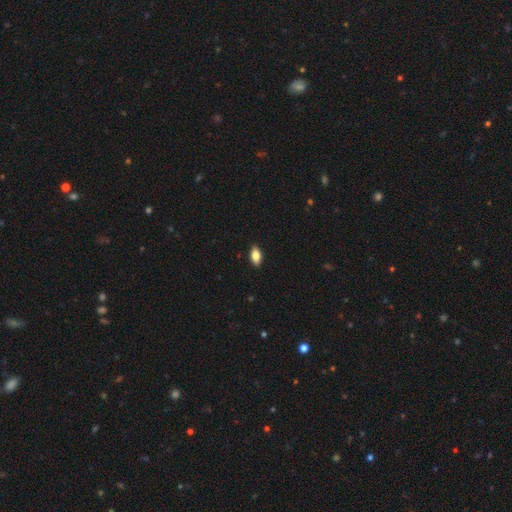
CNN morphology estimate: Smooth or featured? smooth (77%)
How rounded? in between (89%)
Merging? none (90%)